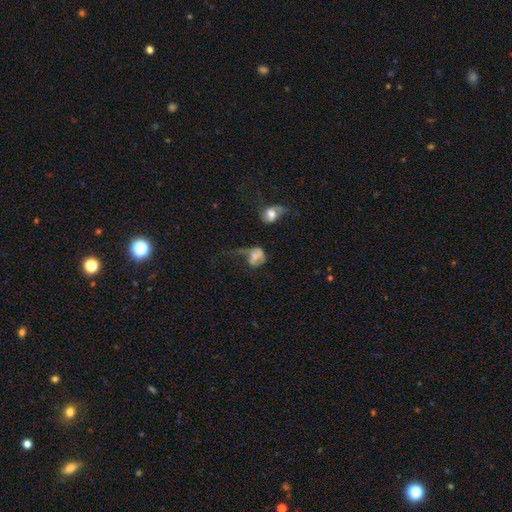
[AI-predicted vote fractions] A smooth galaxy with no disk features (51%) that is in between round and cigar-shaped (51%).

Vote fractions:
- Smooth or featured? smooth: 51% / featured or disk: 38% / star or artifact: 11%
- How rounded? in between: 51% / round: 47% / cigar-shaped: 2%
- Merging? major disturbance: 45% / none: 20% / merger: 17% / minor disturbance: 17%